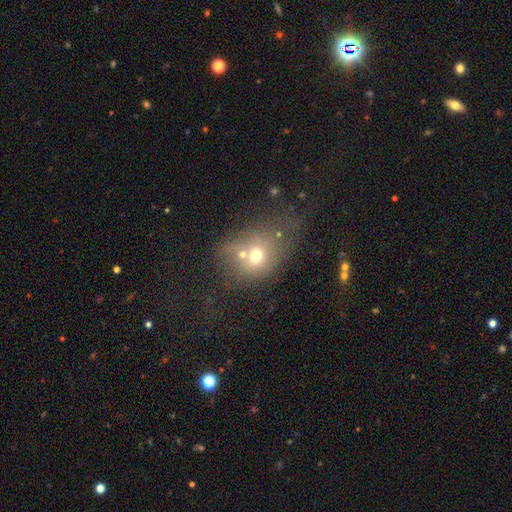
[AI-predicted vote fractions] The model was most divided on "how rounded" (2-way tie): round: 49%, in between: 49%, cigar-shaped: 2%. Remaining: smooth or featured — smooth (60%); merging — none (35%).